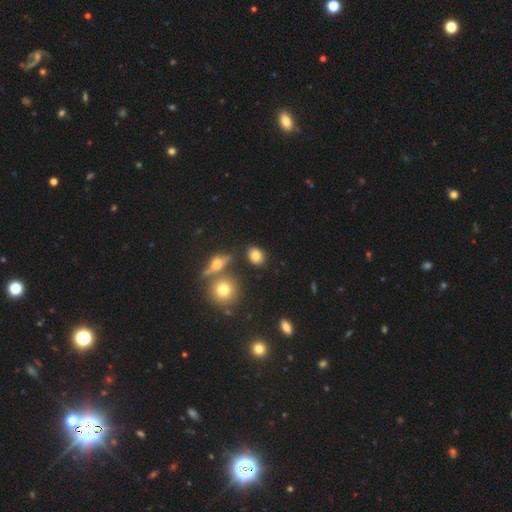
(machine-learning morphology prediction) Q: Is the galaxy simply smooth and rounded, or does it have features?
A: smooth — 79%.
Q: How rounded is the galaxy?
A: in between — 55%.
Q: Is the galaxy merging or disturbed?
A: none — 81%.